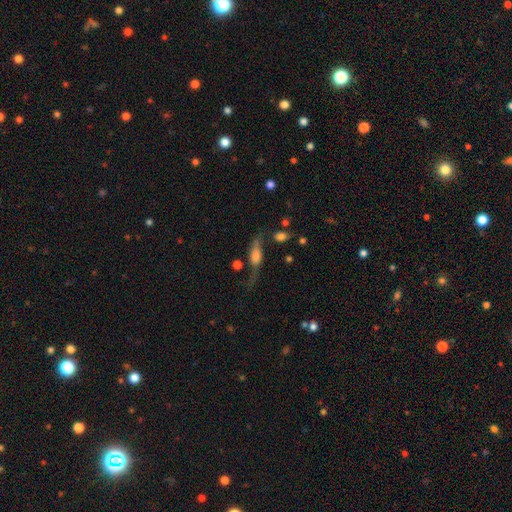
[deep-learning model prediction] This is possibly a featured or disk galaxy (54%). It is possibly not viewed edge-on (56%). Merging: marginally none (42%).